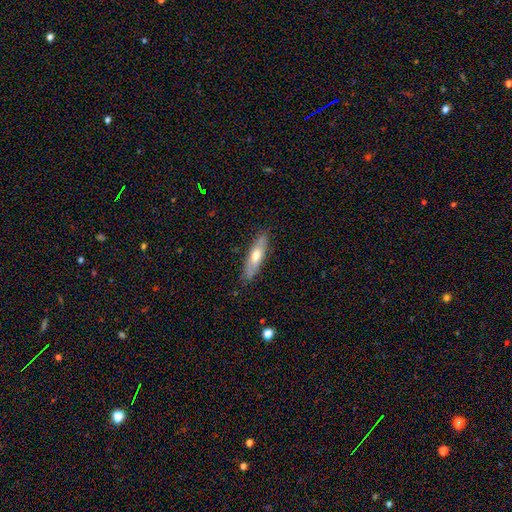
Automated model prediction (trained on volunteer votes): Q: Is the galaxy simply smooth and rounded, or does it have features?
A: smooth — 58%.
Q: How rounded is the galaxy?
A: cigar-shaped — 60%.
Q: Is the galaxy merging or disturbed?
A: none — 83%.